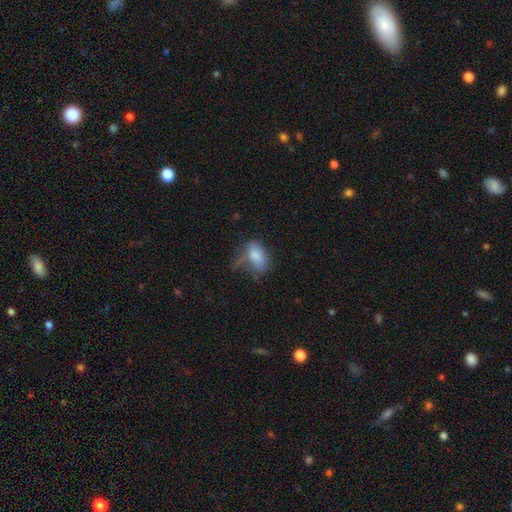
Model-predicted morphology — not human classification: Smooth or featured: smooth — 76% (featured or disk — 15%)
How rounded: in between — 89% (round — 7%)
Merging: none — 37% (minor disturbance — 31%)